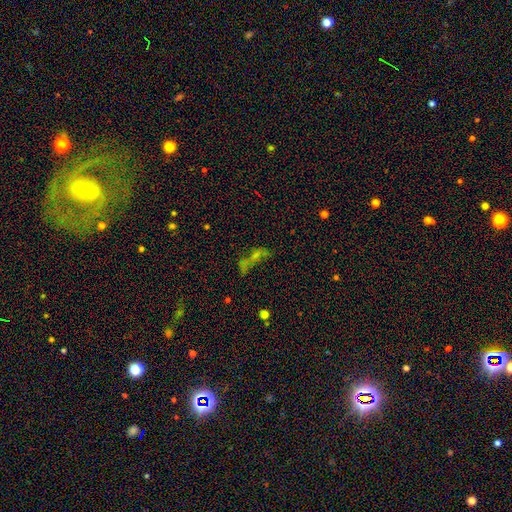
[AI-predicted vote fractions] This appears to be a smooth galaxy with no disk features (37%). Merging: none (35%).